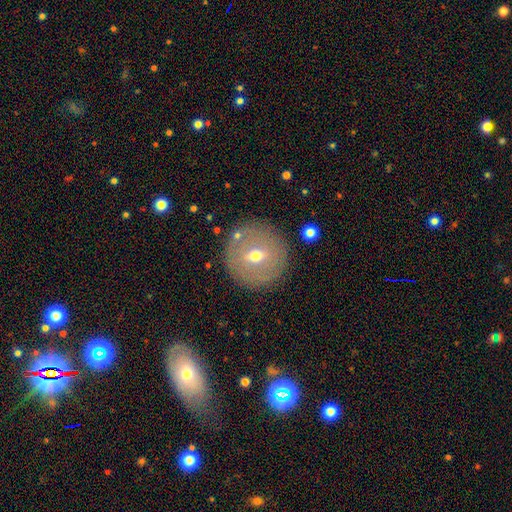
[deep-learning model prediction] Morphology: type=featured or disk (46%); merging=none (86%).